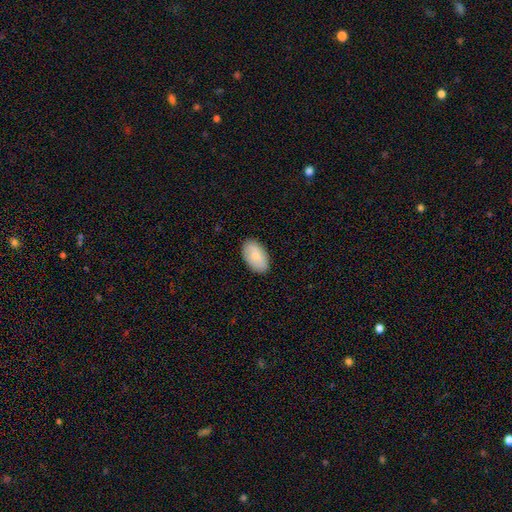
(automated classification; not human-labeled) Q: Smooth or featured?
A: smooth (82%); runner-up: featured or disk (12%)
Q: How rounded?
A: in between (94%); runner-up: round (4%)
Q: Merging?
A: none (86%); runner-up: minor disturbance (11%)